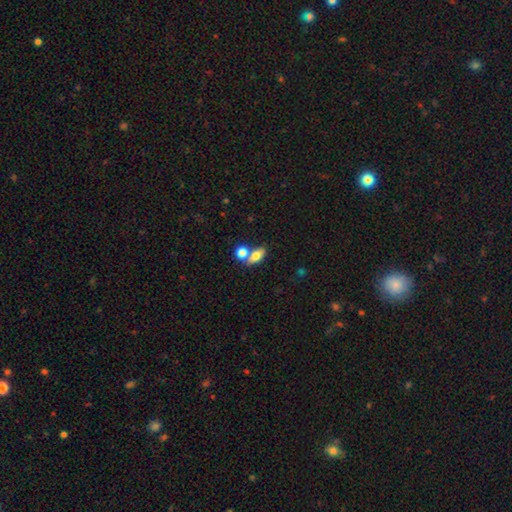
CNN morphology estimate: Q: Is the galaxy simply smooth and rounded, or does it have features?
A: smooth — 73%.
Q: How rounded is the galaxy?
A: in between — 78%.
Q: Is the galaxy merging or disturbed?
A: none — 44%.